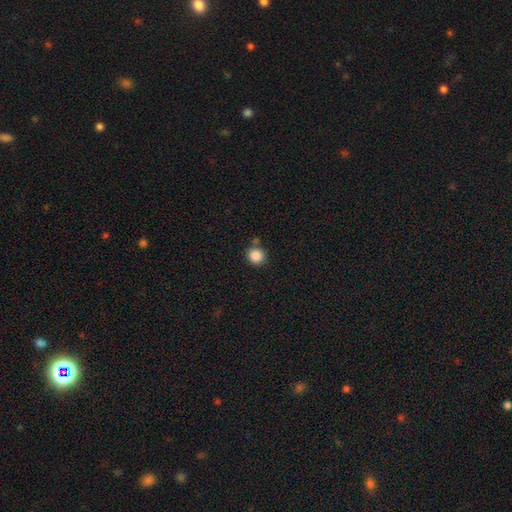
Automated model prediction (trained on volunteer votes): Morphology: type=smooth (86%); roundness=round (90%); merging=none (78%).